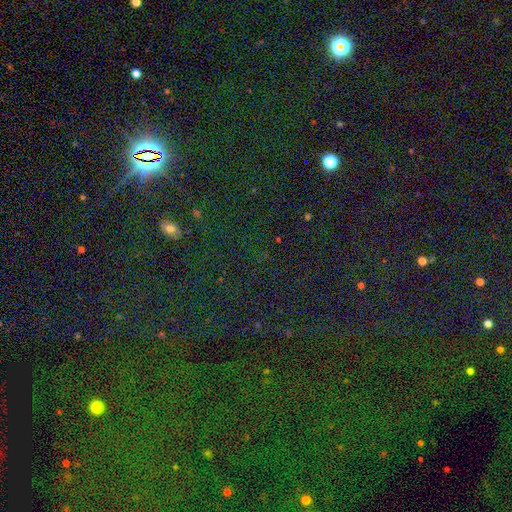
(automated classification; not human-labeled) Smooth or featured? Predicted: star or artifact (p=0.80).